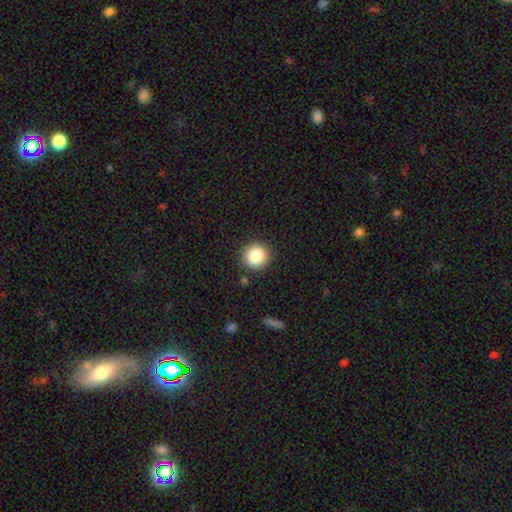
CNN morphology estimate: This appears to be a smooth galaxy with no disk features (85%) that is round (93%). Merging: none (90%).